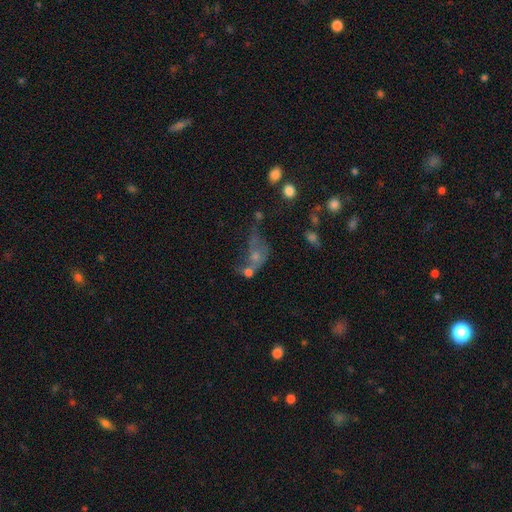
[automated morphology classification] A smooth galaxy with no disk features (48%).

Vote fractions:
- Smooth or featured? smooth: 48% / featured or disk: 33% / star or artifact: 18%
- Merging? merger: 45% / major disturbance: 24% / none: 19% / minor disturbance: 12%